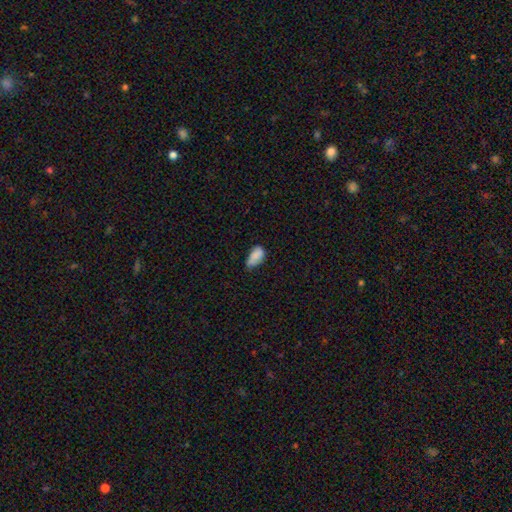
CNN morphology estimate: Smooth or featured: smooth — 84% (featured or disk — 8%)
How rounded: in between — 93% (round — 4%)
Merging: none — 44% (tied with minor disturbance — 44%)